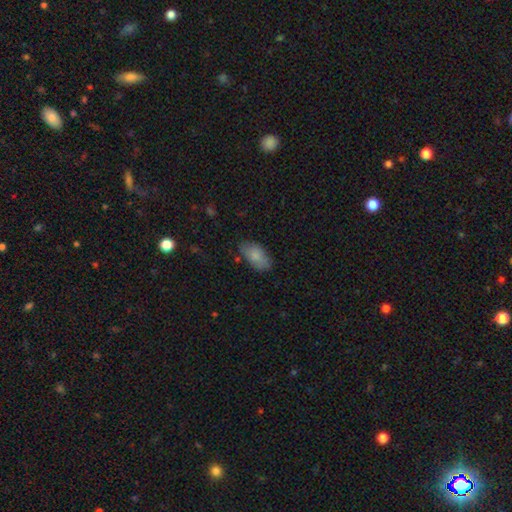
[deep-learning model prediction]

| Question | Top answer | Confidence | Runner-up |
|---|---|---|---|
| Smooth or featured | smooth | 83% | featured or disk (10%) |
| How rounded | in between | 94% | round (4%) |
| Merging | none | 75% | minor disturbance (19%) |